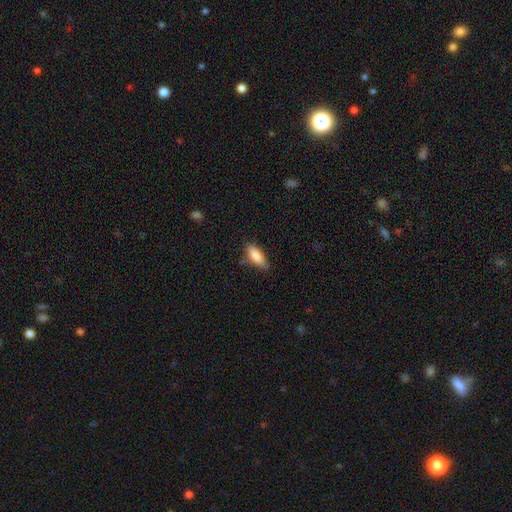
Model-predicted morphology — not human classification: smooth 86%, featured or disk 8%, star or artifact 7%. Down the decision tree: how rounded — in between (69%); merging — none (73%).